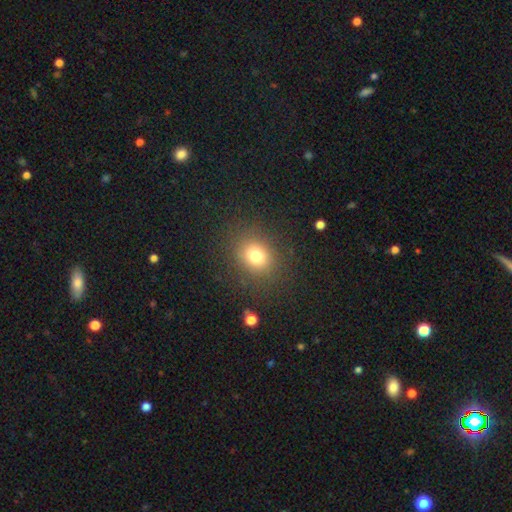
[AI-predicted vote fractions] The model was most divided on "how rounded": round: 69%, in between: 30%, cigar-shaped: 1%. More confident: merging — none (85%); smooth or featured — smooth (76%).